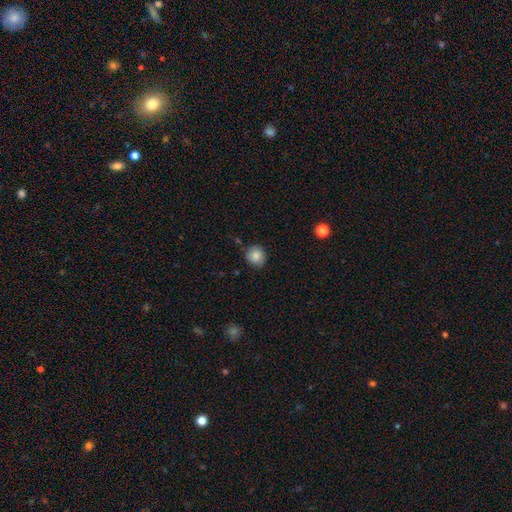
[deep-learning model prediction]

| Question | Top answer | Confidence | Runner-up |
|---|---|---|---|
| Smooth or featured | smooth | 84% | star or artifact (9%) |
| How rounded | round | 89% | in between (10%) |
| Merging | none | 83% | minor disturbance (12%) |